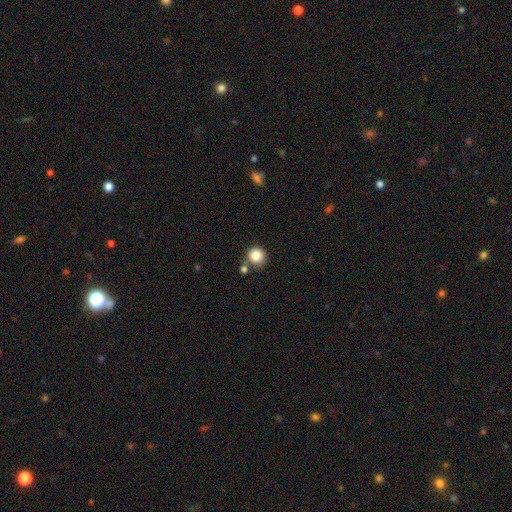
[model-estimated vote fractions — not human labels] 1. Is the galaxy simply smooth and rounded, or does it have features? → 85% smooth, 10% star or artifact, 5% featured or disk.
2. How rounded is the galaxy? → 92% round, 7% in between, 1% cigar-shaped.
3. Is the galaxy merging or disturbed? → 72% none, 13% merger, 12% minor disturbance, 4% major disturbance.